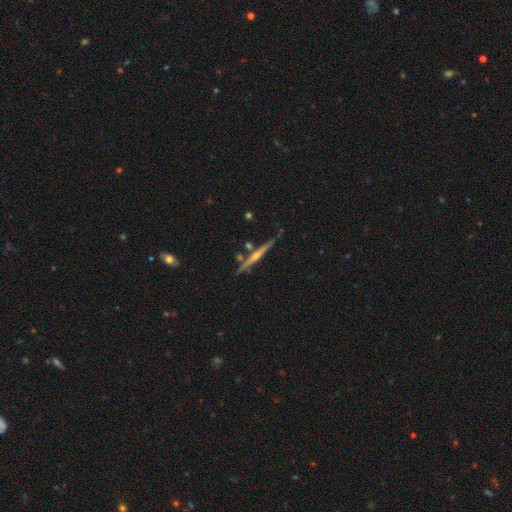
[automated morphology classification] Smooth or featured? featured or disk (78%)
Edge-on disk? yes (98%)
Edge-on bulge? rounded (81%)
Merging? none (81%)